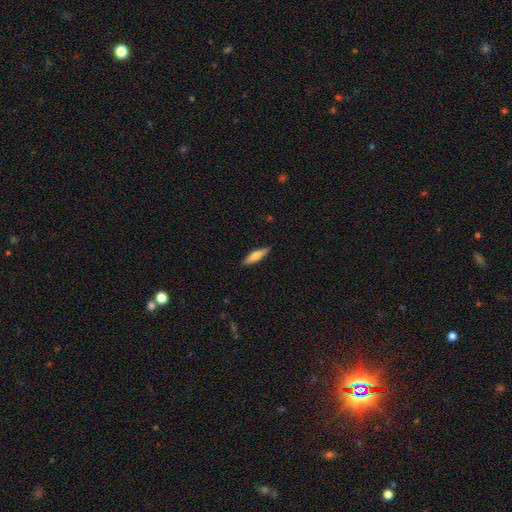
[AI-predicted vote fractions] Smooth or featured? Predicted: smooth (p=0.66). How rounded? Predicted: cigar-shaped (p=0.71). Merging? Predicted: none (p=0.89).